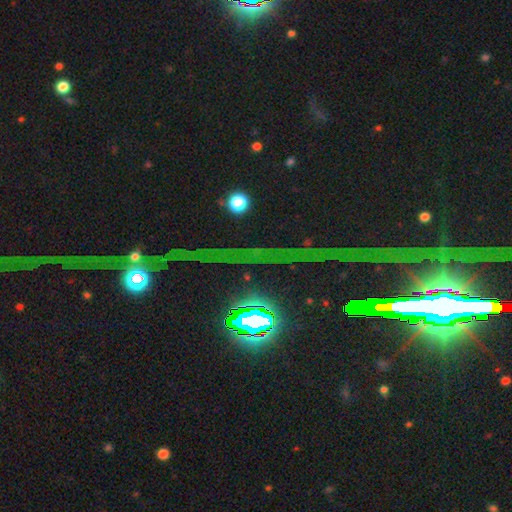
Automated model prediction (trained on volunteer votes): A star or artifact, not a galaxy (75%).